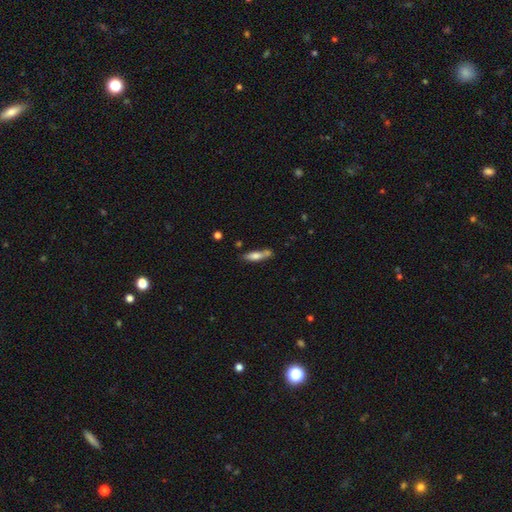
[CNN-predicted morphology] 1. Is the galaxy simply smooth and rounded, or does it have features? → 69% smooth, 23% featured or disk, 7% star or artifact.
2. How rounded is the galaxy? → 59% cigar-shaped, 39% in between, 2% round.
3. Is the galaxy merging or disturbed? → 52% none, 23% merger, 19% minor disturbance, 6% major disturbance.